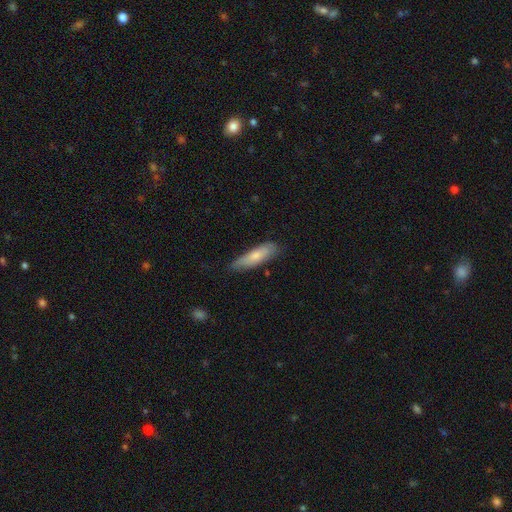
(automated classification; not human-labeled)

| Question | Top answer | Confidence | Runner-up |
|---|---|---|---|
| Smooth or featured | smooth | 71% | featured or disk (24%) |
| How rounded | cigar-shaped | 59% | in between (39%) |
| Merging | none | 71% | minor disturbance (24%) |